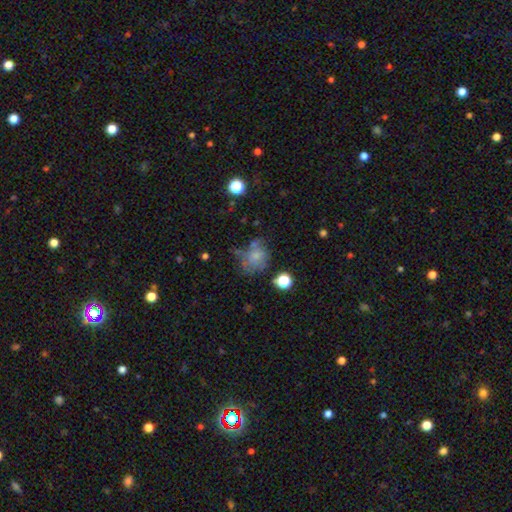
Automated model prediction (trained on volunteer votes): This is possibly a smooth galaxy (60%). How rounded: possibly round (60%). Merging: marginally none (40%).